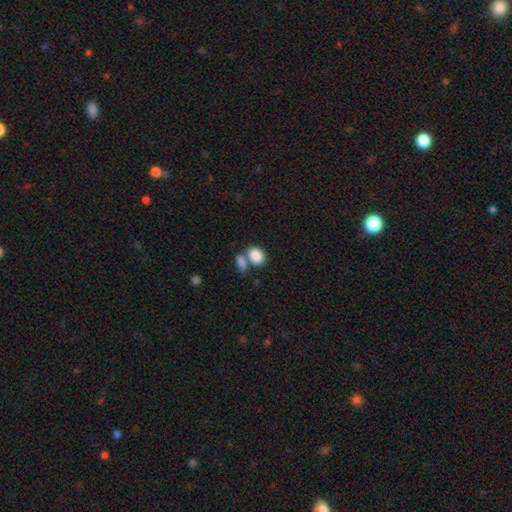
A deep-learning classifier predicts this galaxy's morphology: Smooth or featured? Predicted: smooth (p=0.86). How rounded? Predicted: in between (p=0.67). Merging? Predicted: none (p=0.45).